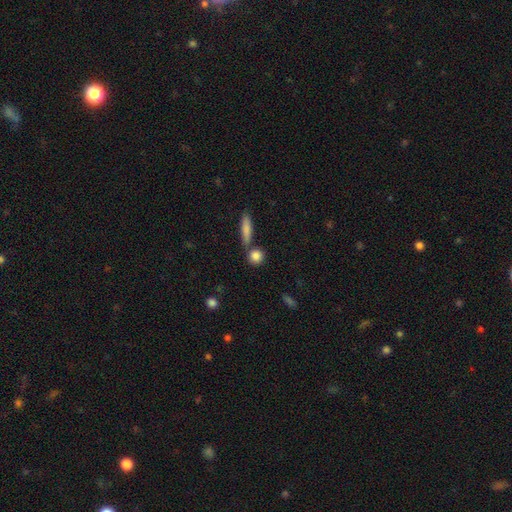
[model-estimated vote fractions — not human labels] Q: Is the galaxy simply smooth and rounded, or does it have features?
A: smooth — 85%.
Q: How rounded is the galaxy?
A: round — 78%.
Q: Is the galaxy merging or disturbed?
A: none — 72%.